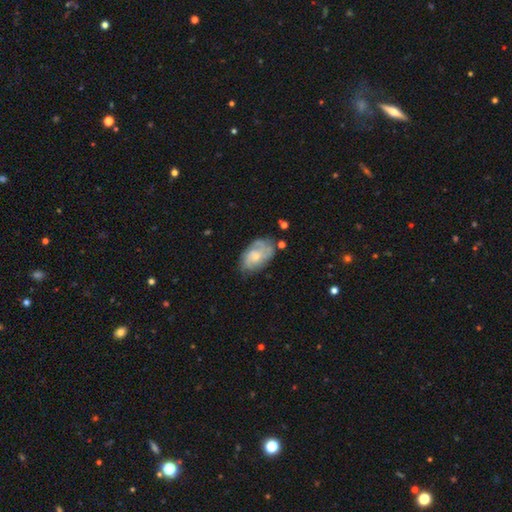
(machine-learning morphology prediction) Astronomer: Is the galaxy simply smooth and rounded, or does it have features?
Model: featured or disk — 59% (runner-up: smooth, 34%).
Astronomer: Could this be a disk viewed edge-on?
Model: no — 96%.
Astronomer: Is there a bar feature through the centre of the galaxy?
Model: no — 74%.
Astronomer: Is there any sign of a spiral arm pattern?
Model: yes — 79%.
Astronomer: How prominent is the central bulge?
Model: small — 45% (runner-up: moderate, 40%).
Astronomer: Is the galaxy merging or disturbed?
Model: none — 61%.